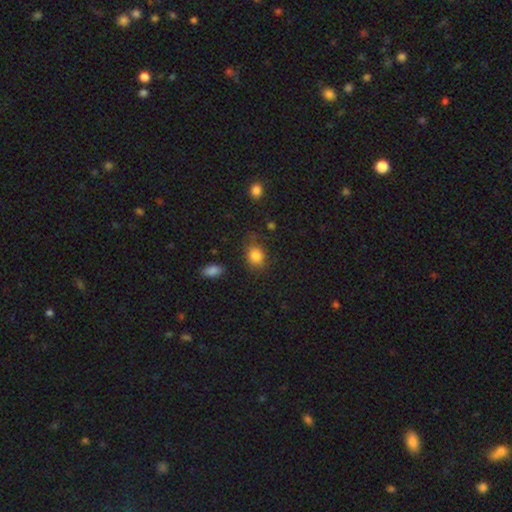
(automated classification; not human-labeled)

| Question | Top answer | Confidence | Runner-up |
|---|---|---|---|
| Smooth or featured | smooth | 84% | star or artifact (10%) |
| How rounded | round | 50% | in between (48%) |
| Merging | none | 72% | minor disturbance (19%) |